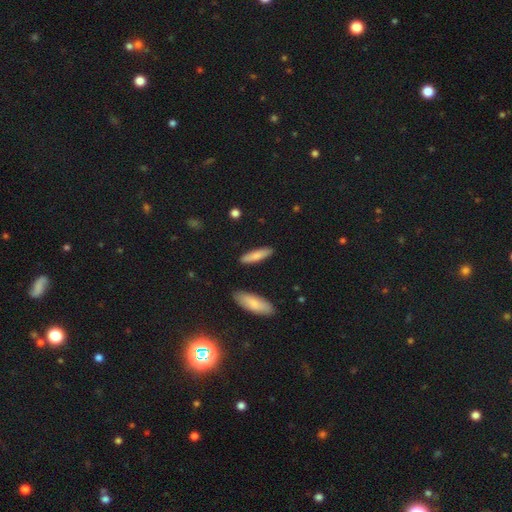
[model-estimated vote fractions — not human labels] Overall: smooth (78%). How rounded: cigar-shaped (74%). Merging: none (88%).